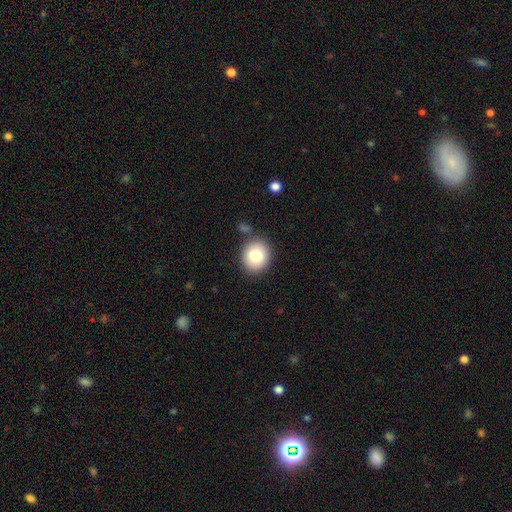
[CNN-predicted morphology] A smooth galaxy with no disk features (79%) that is round (73%). Merging: none (83%).